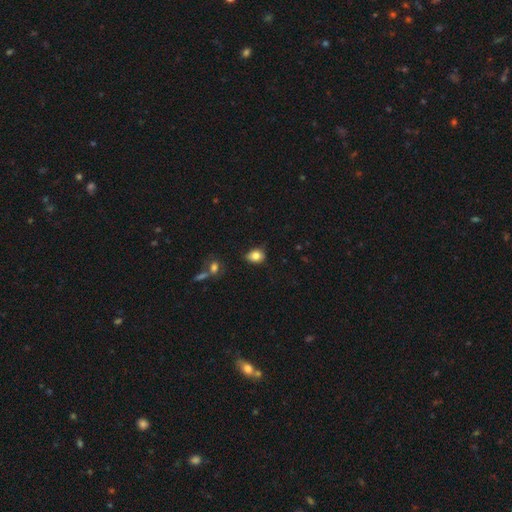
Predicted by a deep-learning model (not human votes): Overall: smooth (82%). How rounded: in between (58%; round 40%). Merging: none (71%).